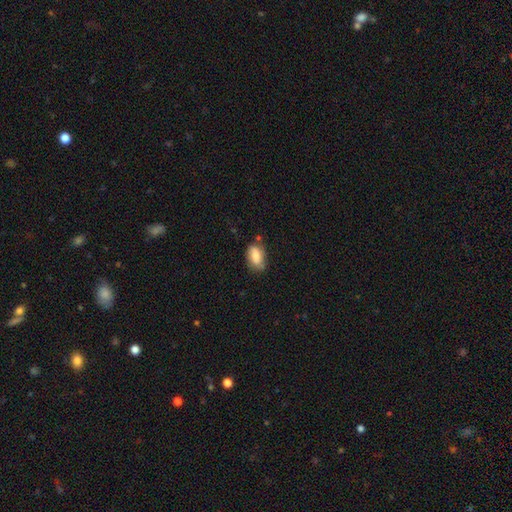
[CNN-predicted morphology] A smooth galaxy with no disk features (75%) that is in between round and cigar-shaped (90%). Merging: none (63%).